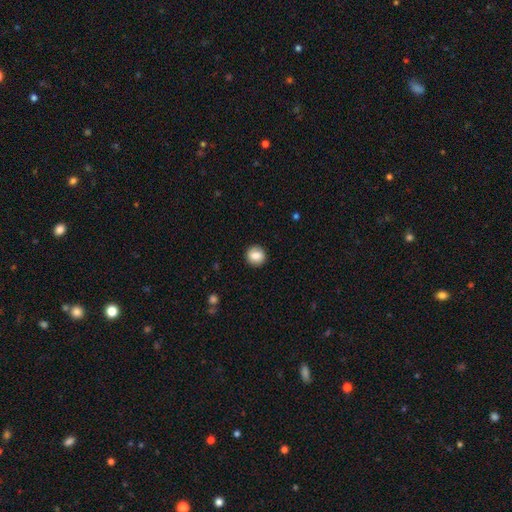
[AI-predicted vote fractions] A smooth galaxy with no disk features (83%) that is round (89%).

Vote fractions:
- Smooth or featured? smooth: 83% / featured or disk: 9% / star or artifact: 8%
- How rounded? round: 89% / in between: 10% / cigar-shaped: 1%
- Merging? none: 90% / minor disturbance: 7% / major disturbance: 2% / merger: 1%